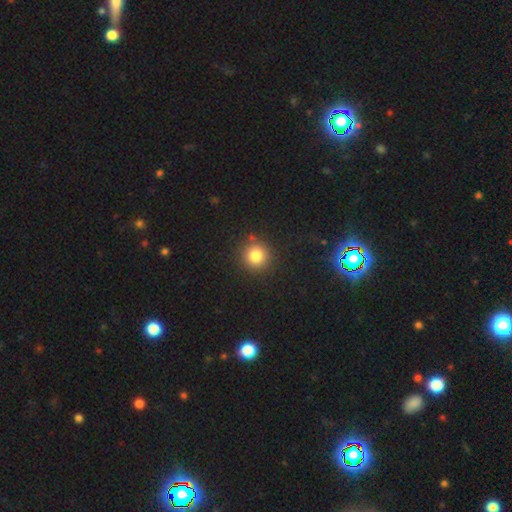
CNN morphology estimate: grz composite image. It shows a smooth galaxy with no disk features (83%) that is round (92%). Merging: none (86%).